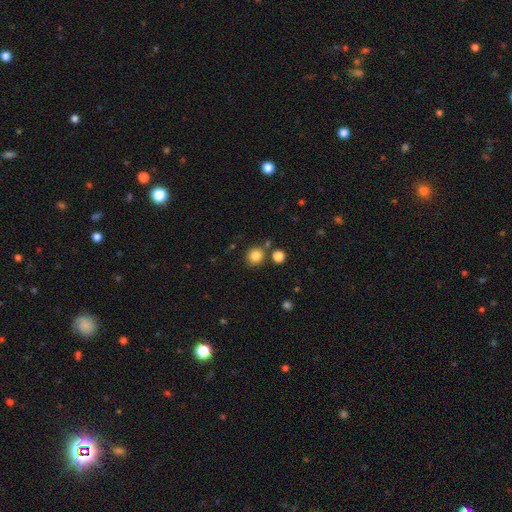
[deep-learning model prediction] Morphology: type=smooth (83%); roundness=round (89%); merging=none (79%).